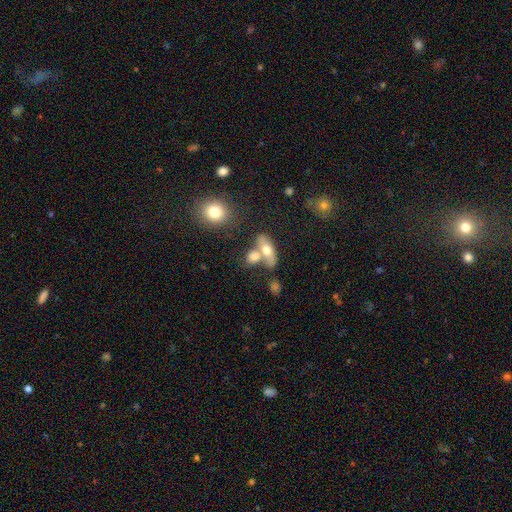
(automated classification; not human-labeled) smooth 56%, featured or disk 31%, star or artifact 13%. Down the decision tree: how rounded — in between (66%); merging — none (42%).